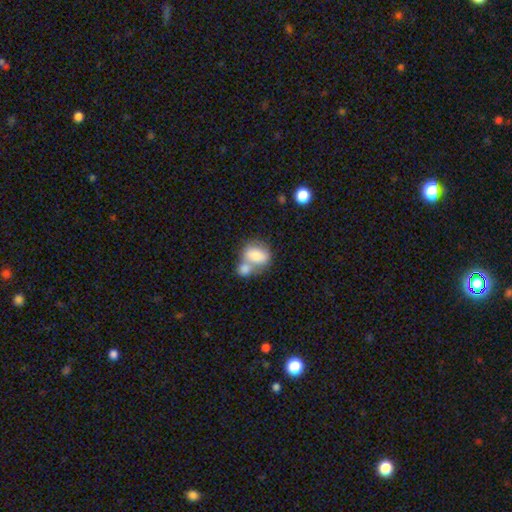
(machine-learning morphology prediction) This is likely a smooth galaxy (76%). How rounded: likely in between (67%). Merging: likely merger (60%).